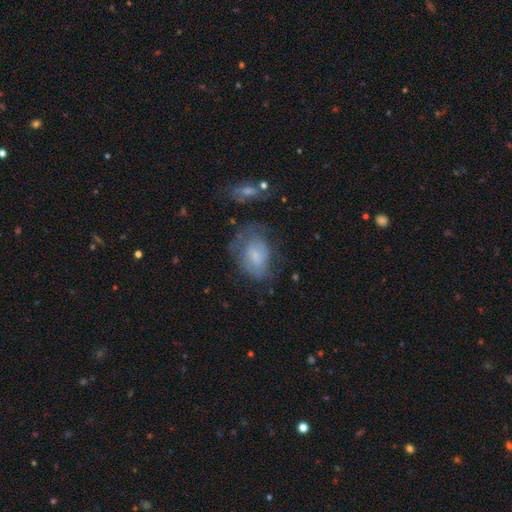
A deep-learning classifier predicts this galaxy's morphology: This appears to be a smooth galaxy with no disk features (47%). Merging: none (46%).